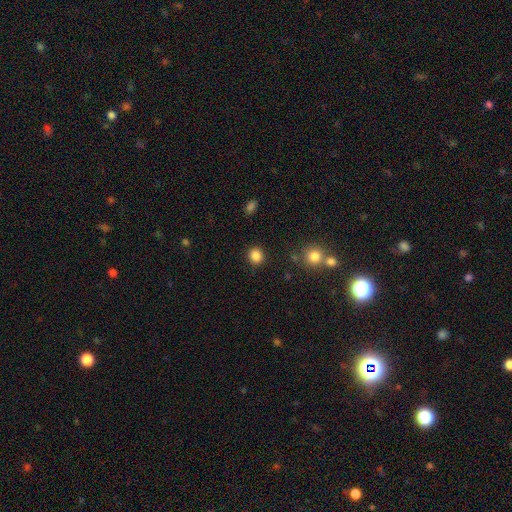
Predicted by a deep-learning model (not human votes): Q: Smooth or featured?
A: smooth (86%); runner-up: star or artifact (11%)
Q: How rounded?
A: round (87%); runner-up: in between (12%)
Q: Merging?
A: none (89%); runner-up: minor disturbance (7%)